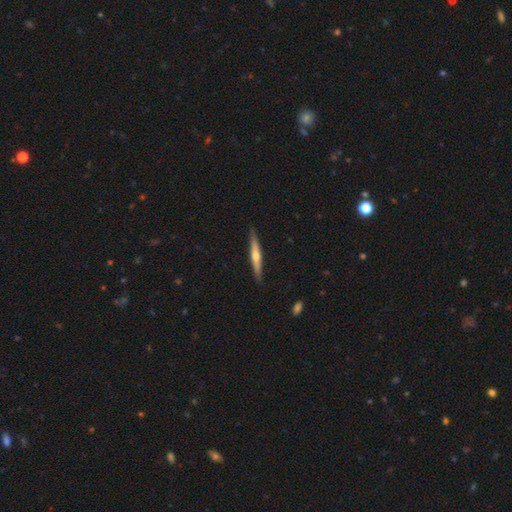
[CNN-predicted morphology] smooth-or-featured: featured or disk: 62% | smooth: 33% | star or artifact: 6%
  disk-edge-on: yes: 96% | no: 4%
    edge-on-bulge: rounded: 84% | none: 13% | boxy: 4%
  merging: none: 90% | minor disturbance: 8% | major disturbance: 1% | merger: 1%